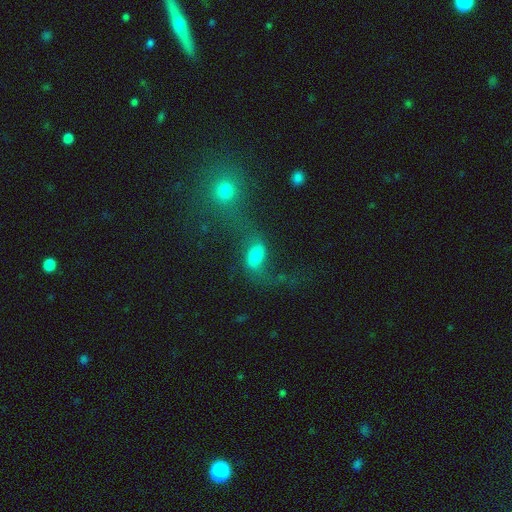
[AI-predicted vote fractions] smooth_or_featured: smooth (p=0.44) [alt: featured or disk p=0.42]
merging: merger (p=0.33) [alt: none p=0.31]